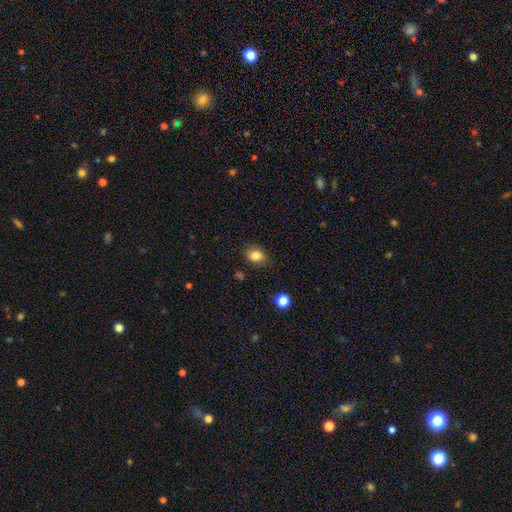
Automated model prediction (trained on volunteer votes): Smooth or featured: smooth — 82% (star or artifact — 11%)
How rounded: round — 53% (in between — 46%)
Merging: none — 79% (minor disturbance — 16%)